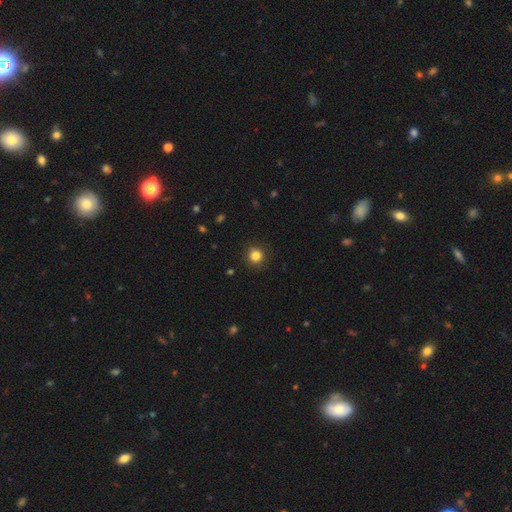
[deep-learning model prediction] This appears to be a smooth galaxy with no disk features (83%) that is round (93%). Merging: none (90%).